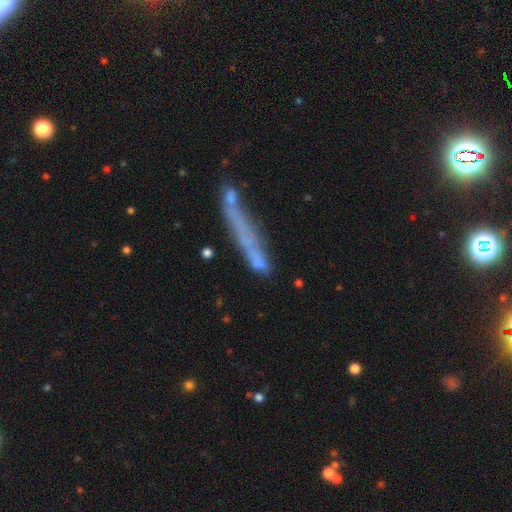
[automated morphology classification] Smooth or featured? smooth (47%)
Merging? none (44%)